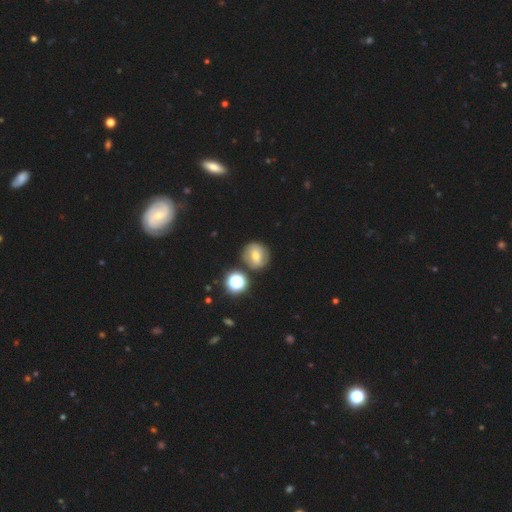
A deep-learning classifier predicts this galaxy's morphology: This appears to be a smooth galaxy with no disk features (44%). Merging: none (78%).